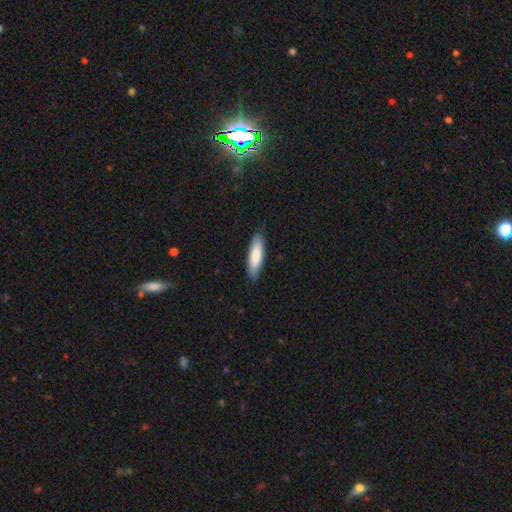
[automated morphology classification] Smooth or featured?
  - smooth: 82% *
  - featured or disk: 13%
  - star or artifact: 5%
How rounded?
  - cigar-shaped: 58% *
  - in between: 40%
  - round: 1%
Merging?
  - none: 86% *
  - minor disturbance: 11%
  - major disturbance: 2%
  - merger: 1%